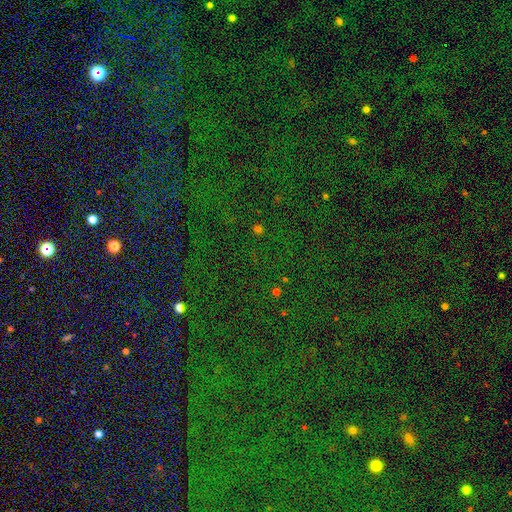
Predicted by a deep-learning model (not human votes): Overall: star or artifact (77%).